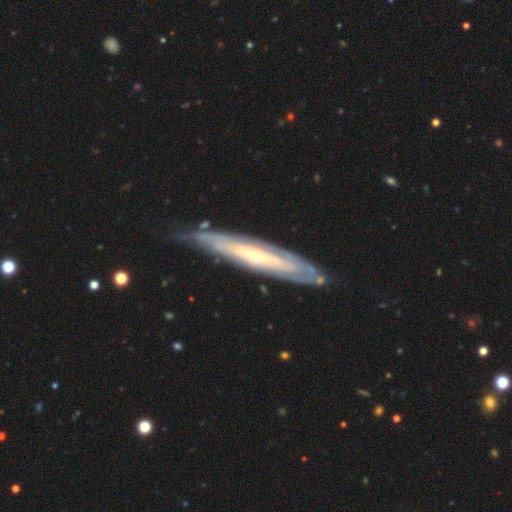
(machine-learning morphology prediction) This appears to be a featured or disk galaxy (79%) with not edge-on (50%, tied with yes). Merging: none (74%).